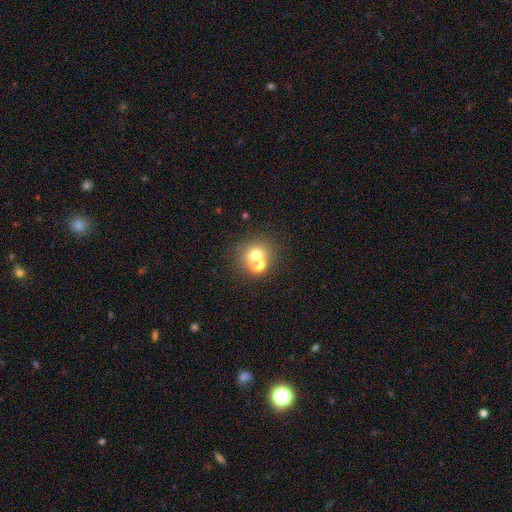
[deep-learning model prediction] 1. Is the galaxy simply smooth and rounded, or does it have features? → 65% smooth, 18% star or artifact, 17% featured or disk.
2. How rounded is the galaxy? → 84% round, 15% in between, 1% cigar-shaped.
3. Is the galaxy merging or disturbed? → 50% none, 39% merger, 7% minor disturbance, 3% major disturbance.